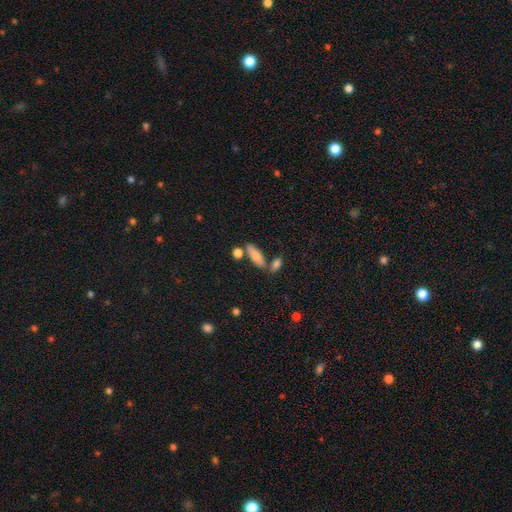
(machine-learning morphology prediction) Smooth or featured: smooth — 80% (featured or disk — 13%)
How rounded: in between — 61% (cigar-shaped — 36%)
Merging: none — 64% (merger — 19%)